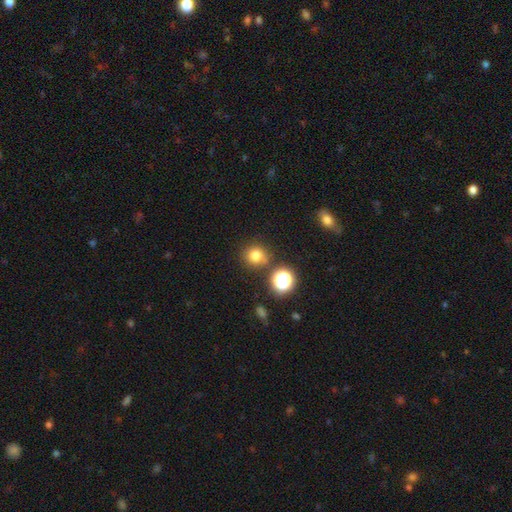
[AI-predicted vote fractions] Smooth or featured: smooth — 76% (star or artifact — 18%)
How rounded: round — 88% (in between — 11%)
Merging: none — 77% (minor disturbance — 11%)